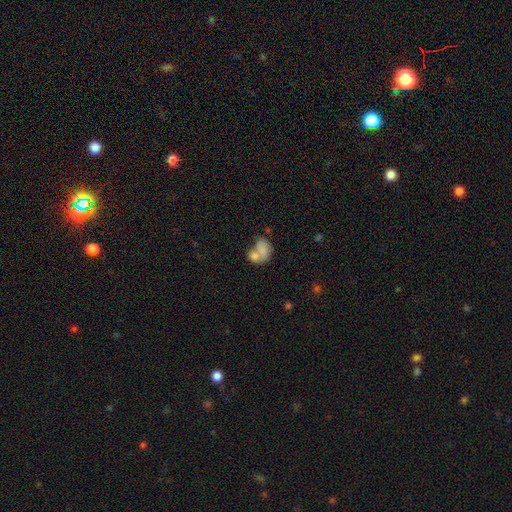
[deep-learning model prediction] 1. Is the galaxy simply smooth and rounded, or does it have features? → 74% smooth, 18% featured or disk, 8% star or artifact.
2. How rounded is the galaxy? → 63% in between, 35% round, 1% cigar-shaped.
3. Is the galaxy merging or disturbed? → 61% merger, 21% none, 10% minor disturbance, 7% major disturbance.